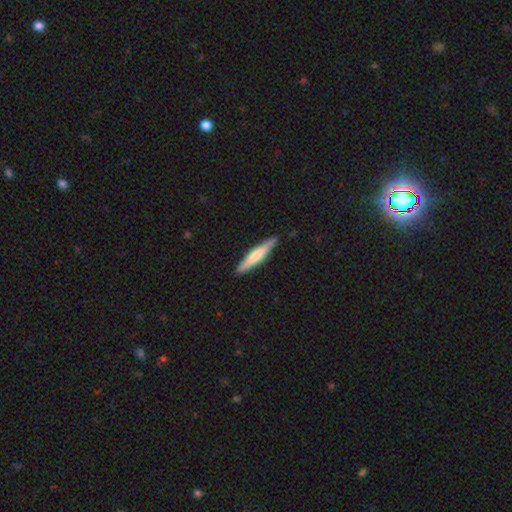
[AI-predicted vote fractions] smooth-or-featured: smooth: 57% | featured or disk: 38% | star or artifact: 5%
  how-rounded: cigar-shaped: 91% | in between: 8% | round: 1%
  merging: none: 88% | minor disturbance: 9% | major disturbance: 2% | merger: 1%